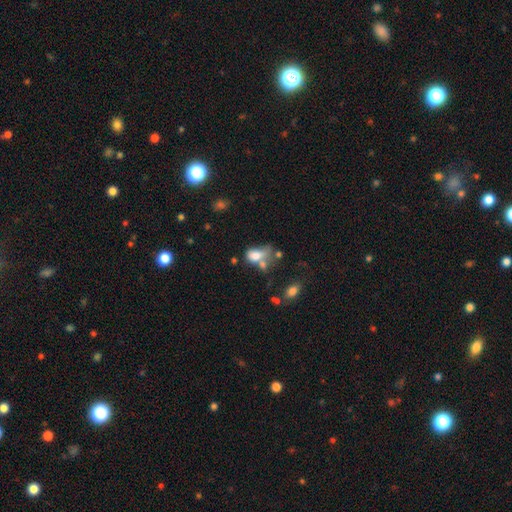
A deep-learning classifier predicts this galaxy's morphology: A smooth galaxy with no disk features (68%) that is in between round and cigar-shaped (79%). Merging: merger (37%).